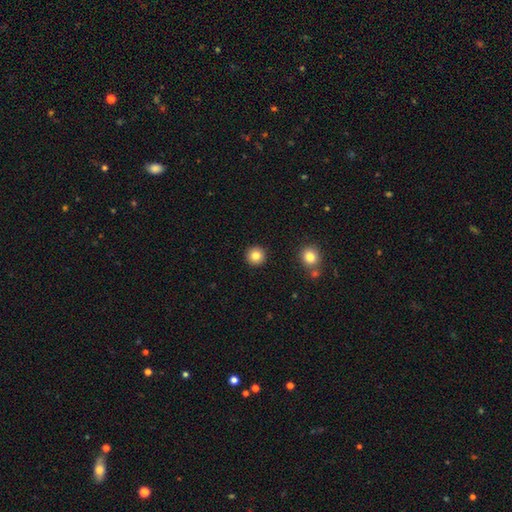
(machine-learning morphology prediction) This appears to be a smooth galaxy with no disk features (83%) that is round (96%). Merging: none (93%).